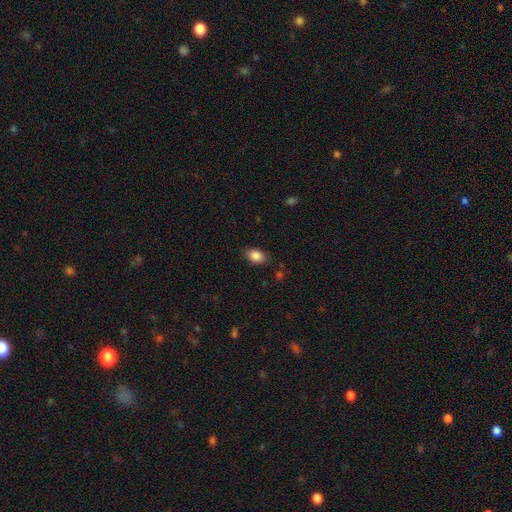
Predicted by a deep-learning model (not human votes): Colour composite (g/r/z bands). It shows a smooth galaxy with no disk features (86%) that is in between round and cigar-shaped (83%). Merging: none (84%).